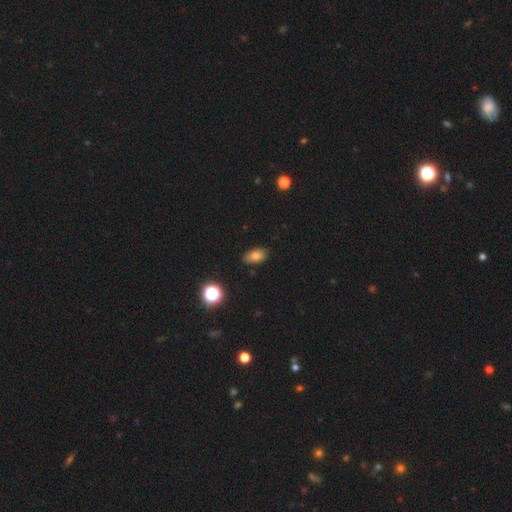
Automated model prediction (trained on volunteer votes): The model was most divided on "smooth or featured": smooth: 77%, star or artifact: 12%, featured or disk: 11%. More confident: how rounded — in between (90%); merging — none (85%).